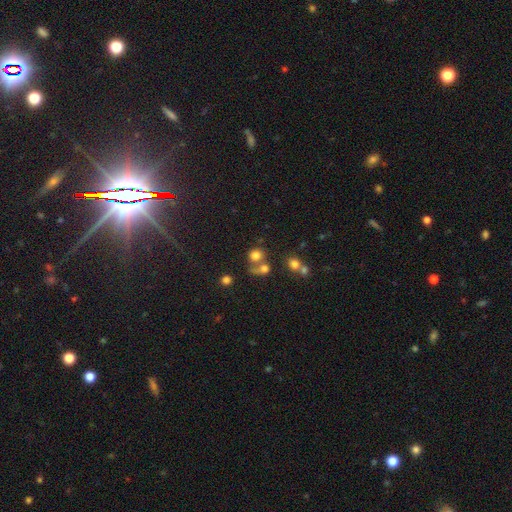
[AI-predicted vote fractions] A smooth galaxy with no disk features (74%) that is round (79%).

Vote fractions:
- Smooth or featured? smooth: 74% / star or artifact: 15% / featured or disk: 11%
- How rounded? round: 79% / in between: 20% / cigar-shaped: 1%
- Merging? none: 46% / merger: 36% / minor disturbance: 10% / major disturbance: 8%